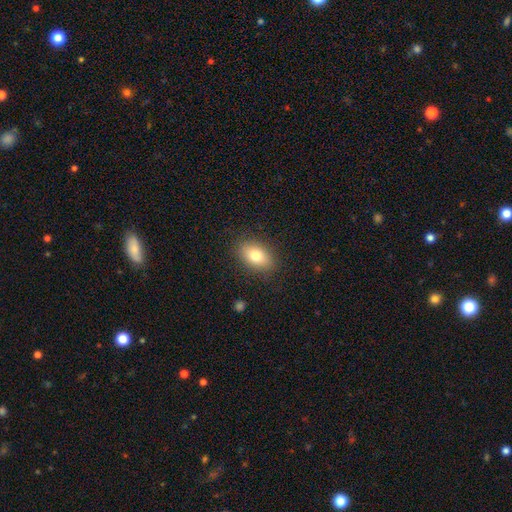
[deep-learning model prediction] A smooth galaxy with no disk features (79%) that is in between round and cigar-shaped (86%). Merging: none (86%).